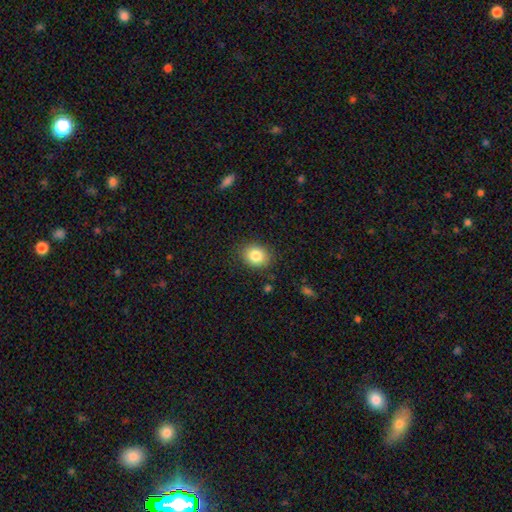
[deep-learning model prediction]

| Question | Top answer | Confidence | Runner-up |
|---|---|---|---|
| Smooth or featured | smooth | 84% | star or artifact (9%) |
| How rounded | round | 57% | in between (42%) |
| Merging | none | 86% | minor disturbance (10%) |